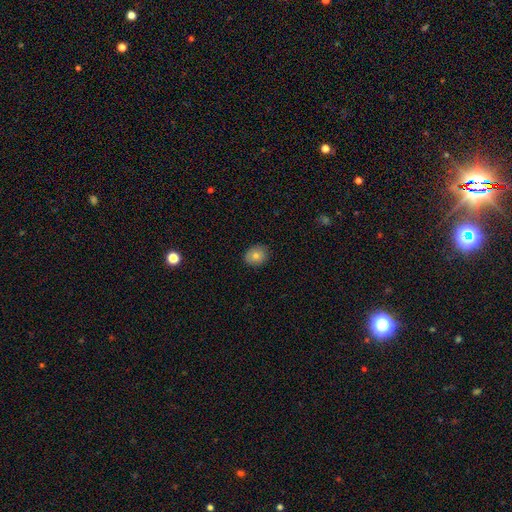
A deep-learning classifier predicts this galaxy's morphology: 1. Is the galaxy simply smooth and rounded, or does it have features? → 77% smooth, 13% featured or disk, 10% star or artifact.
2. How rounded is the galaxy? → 61% round, 38% in between, 1% cigar-shaped.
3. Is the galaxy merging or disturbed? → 87% none, 10% minor disturbance, 2% major disturbance, 1% merger.